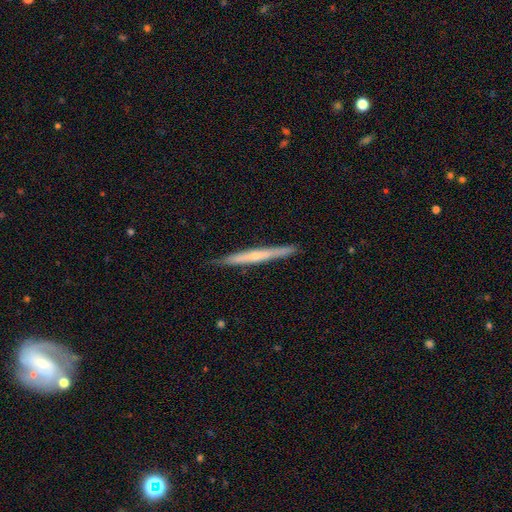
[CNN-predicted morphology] This appears to be a featured or disk galaxy (57%) viewed edge-on (97%) with no central bulge (50%). Merging: none (89%).